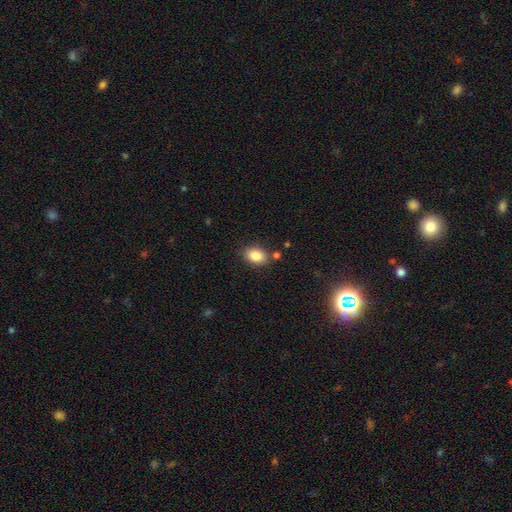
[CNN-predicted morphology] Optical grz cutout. It shows a smooth galaxy with no disk features (86%) that is in between round and cigar-shaped (76%). Merging: none (79%).